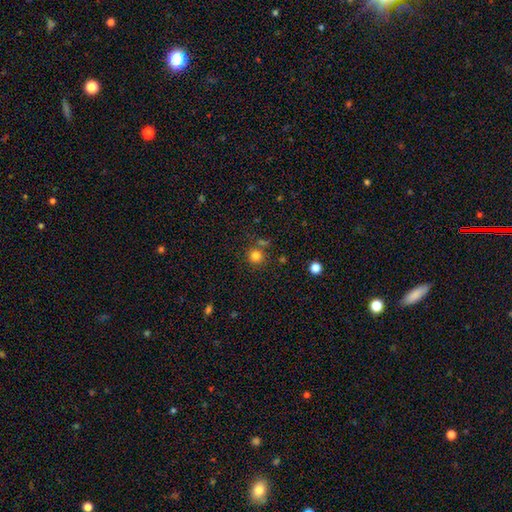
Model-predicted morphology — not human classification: smooth-or-featured: smooth: 80% | star or artifact: 14% | featured or disk: 6%
  how-rounded: round: 92% | in between: 7% | cigar-shaped: 1%
  merging: none: 76% | merger: 11% | minor disturbance: 9% | major disturbance: 3%